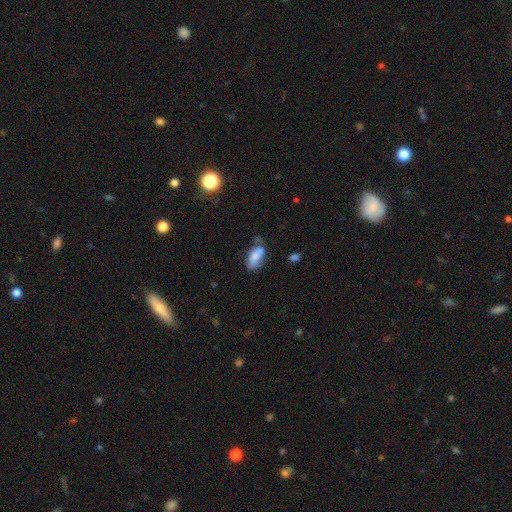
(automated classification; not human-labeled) smooth 78%, featured or disk 15%, star or artifact 8%. Down the decision tree: how rounded — in between (89%); merging — none (51%).